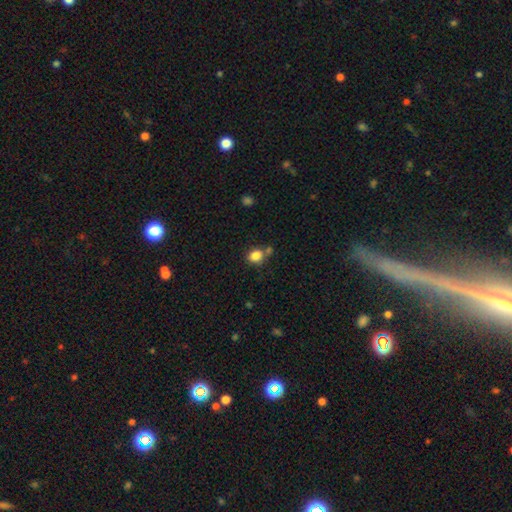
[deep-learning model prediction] This appears to be a smooth galaxy with no disk features (84%) that is round (58%). Merging: none (64%).